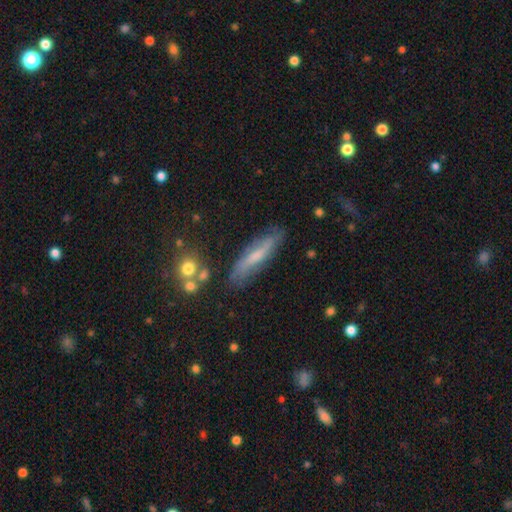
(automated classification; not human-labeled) Smooth or featured? Predicted: featured or disk (p=0.46). Merging? Predicted: none (p=0.76).